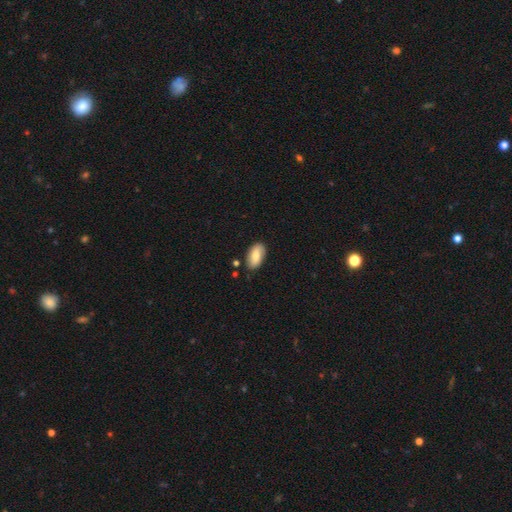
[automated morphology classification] smooth_or_featured: smooth (p=0.77) [alt: featured or disk p=0.17]
how_rounded: in between (p=0.94) [alt: cigar-shaped p=0.03]
merging: none (p=0.80) [alt: minor disturbance p=0.15]